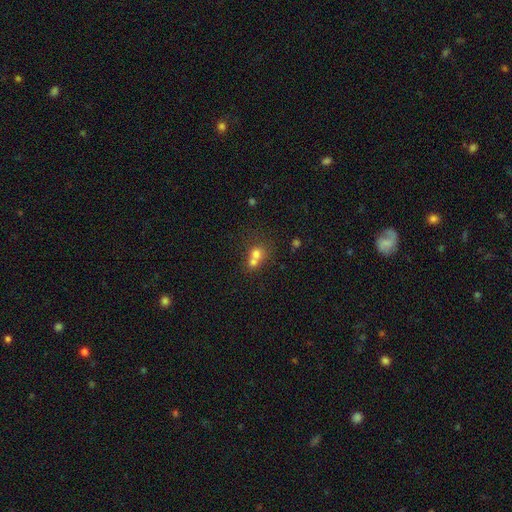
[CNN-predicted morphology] A smooth galaxy with no disk features (69%) that is round (75%).

Vote fractions:
- Smooth or featured? smooth: 69% / featured or disk: 17% / star or artifact: 14%
- How rounded? round: 75% / in between: 24% / cigar-shaped: 1%
- Merging? merger: 64% / none: 27% / minor disturbance: 6% / major disturbance: 3%